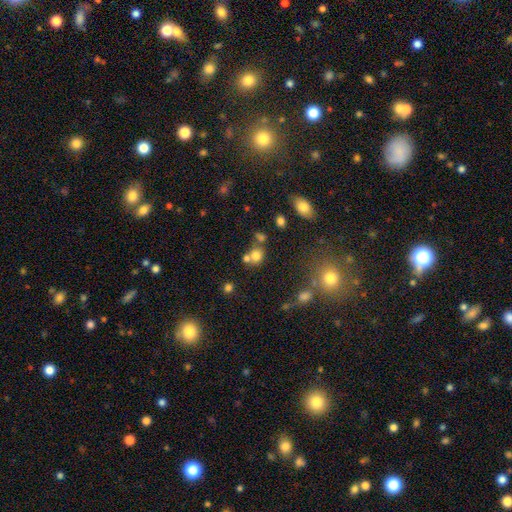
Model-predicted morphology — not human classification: Smooth or featured? smooth (74%)
How rounded? round (77%)
Merging? none (47%)